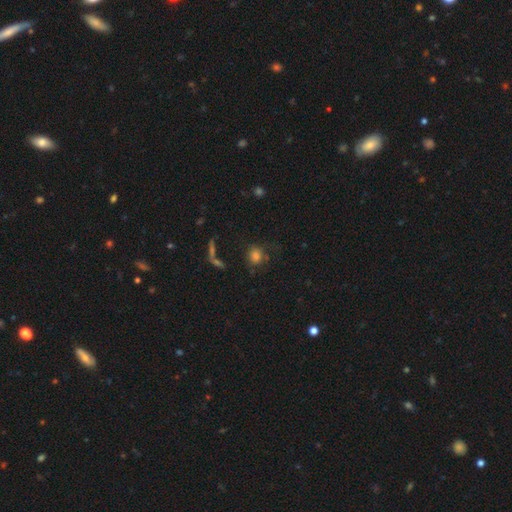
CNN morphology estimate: type=smooth (76%); roundness=round (79%); merging=none (63%).